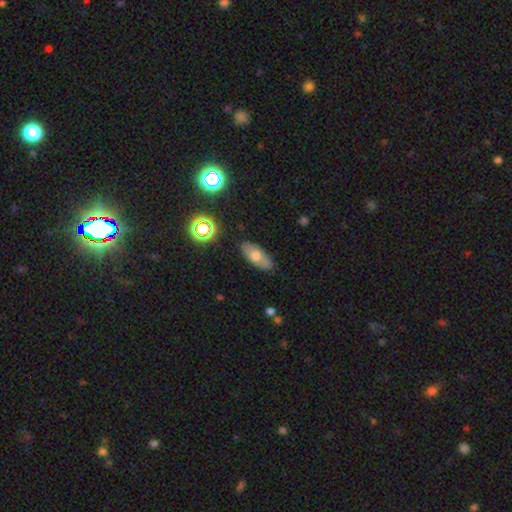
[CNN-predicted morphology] This appears to be a smooth galaxy with no disk features (65%) that is in between round and cigar-shaped (84%). Merging: none (83%).